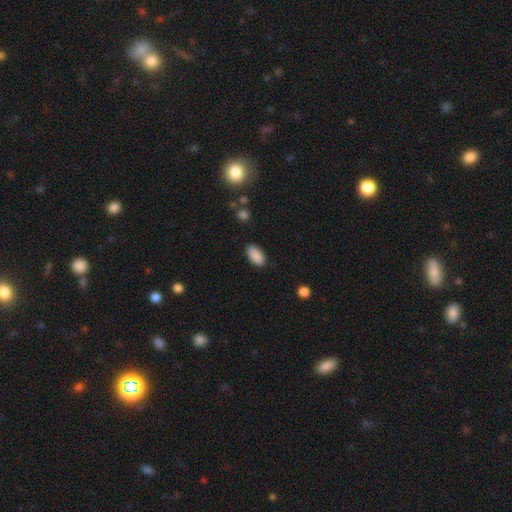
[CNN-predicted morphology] Smooth or featured?
  - smooth: 89% *
  - star or artifact: 7%
  - featured or disk: 4%
How rounded?
  - in between: 94% *
  - cigar-shaped: 4%
  - round: 3%
Merging?
  - none: 86% *
  - minor disturbance: 11%
  - major disturbance: 2%
  - merger: 1%